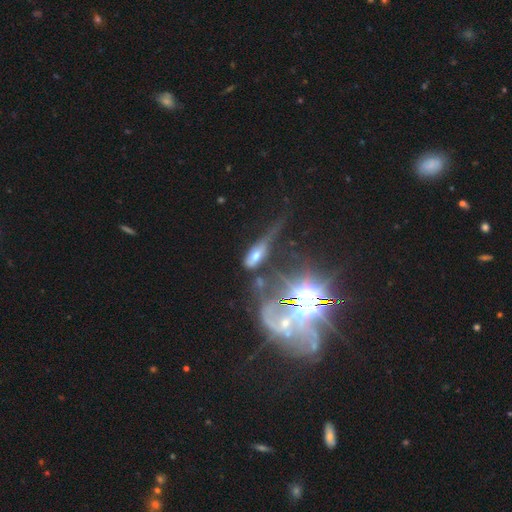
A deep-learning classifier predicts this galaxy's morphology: Smooth or featured? Predicted: featured or disk (p=0.40, tied with smooth). Merging? Predicted: major disturbance (p=0.34).